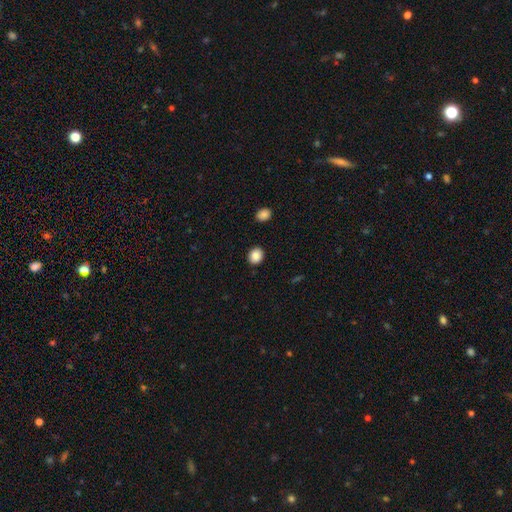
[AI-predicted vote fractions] smooth_or_featured: smooth (p=0.88) [alt: star or artifact p=0.09]
how_rounded: round (p=0.67) [alt: in between p=0.33]
merging: none (p=0.90) [alt: minor disturbance p=0.06]